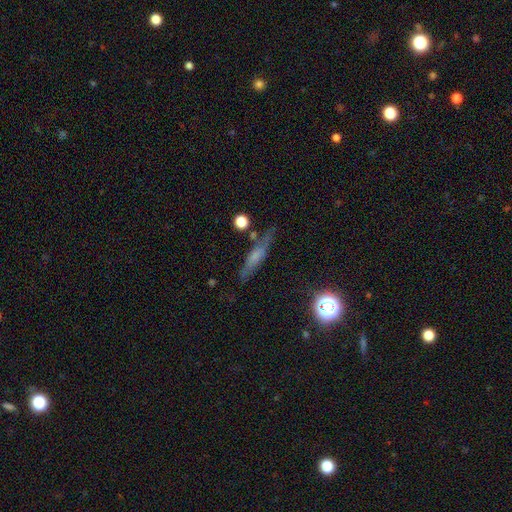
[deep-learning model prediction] Q: Smooth or featured?
A: featured or disk (43%); tied with: smooth (43%)
Q: Merging?
A: none (71%); runner-up: minor disturbance (18%)